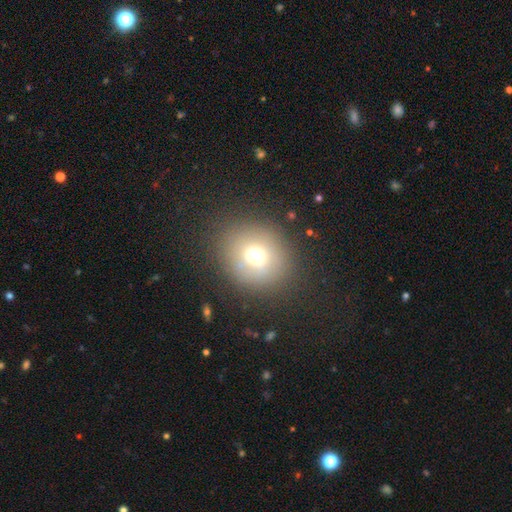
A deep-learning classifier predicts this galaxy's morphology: smooth_or_featured: smooth (p=0.68) [alt: star or artifact p=0.16]
how_rounded: round (p=0.79) [alt: in between p=0.20]
merging: none (p=0.82) [alt: minor disturbance p=0.10]